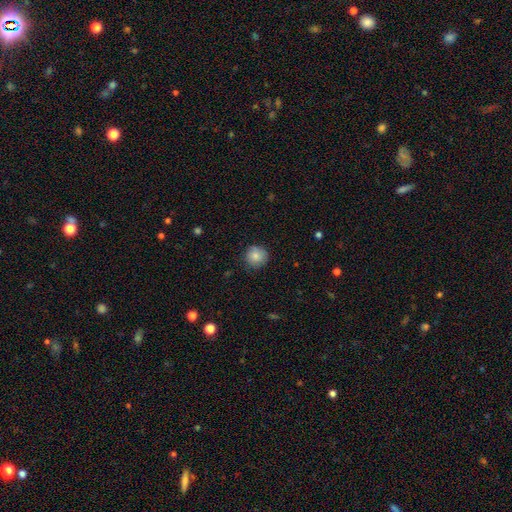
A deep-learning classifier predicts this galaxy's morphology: Smooth or featured? Predicted: smooth (p=0.82). How rounded? Predicted: round (p=0.93). Merging? Predicted: none (p=0.83).